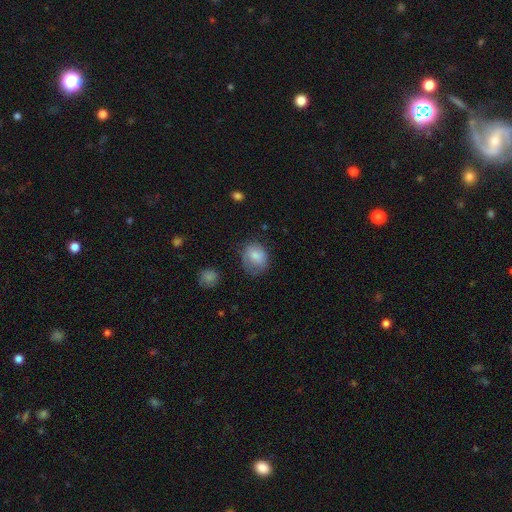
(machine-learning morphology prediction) Q: Smooth or featured?
A: smooth (80%); runner-up: featured or disk (12%)
Q: How rounded?
A: round (55%); runner-up: in between (44%)
Q: Merging?
A: none (57%); runner-up: minor disturbance (29%)